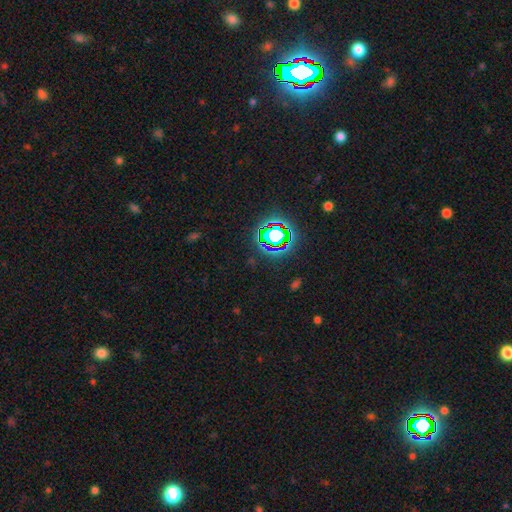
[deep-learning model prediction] Smooth or featured? Predicted: star or artifact (p=0.78).